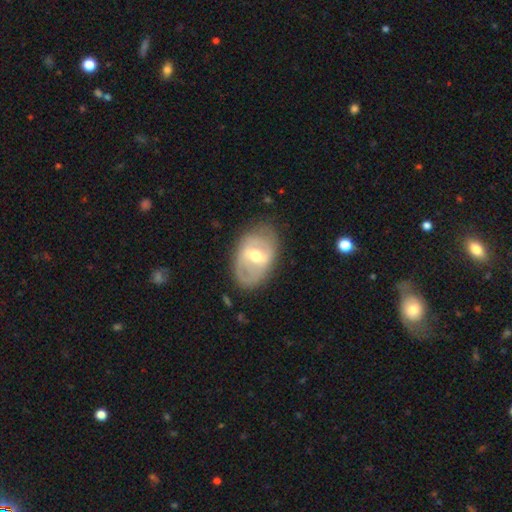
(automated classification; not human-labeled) Overall: featured or disk (70%). Edge-on disk: no (94%). Bar: weak (44%; strong 38%). Spiral arms: yes (53%; no 47%). Bulge size: moderate (74%). Merging: none (73%).